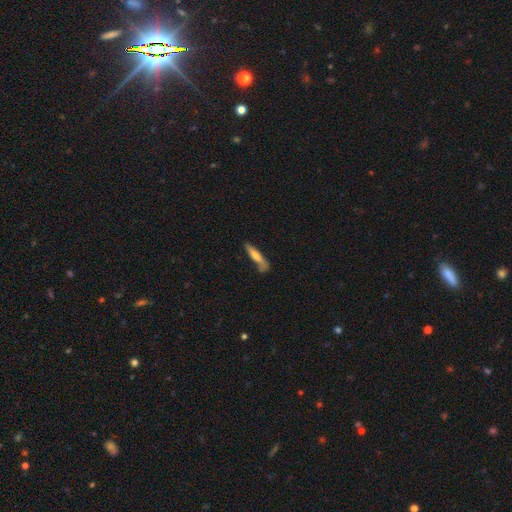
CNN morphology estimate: This appears to be a smooth galaxy with no disk features (59%) that is cigar-shaped (87%). Merging: none (62%).